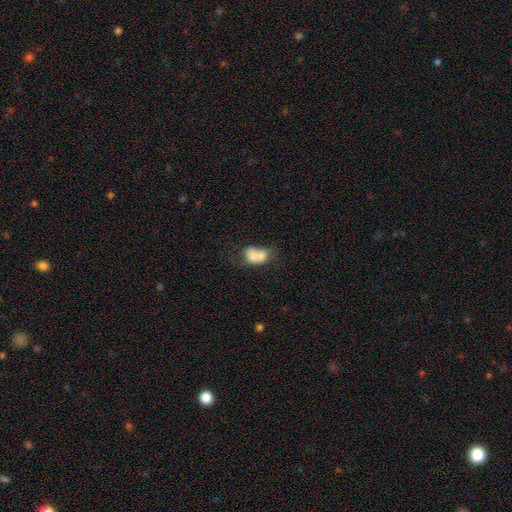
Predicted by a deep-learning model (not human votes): This appears to be a smooth galaxy with no disk features (71%) that is in between round and cigar-shaped (69%). Merging: merger (56%).